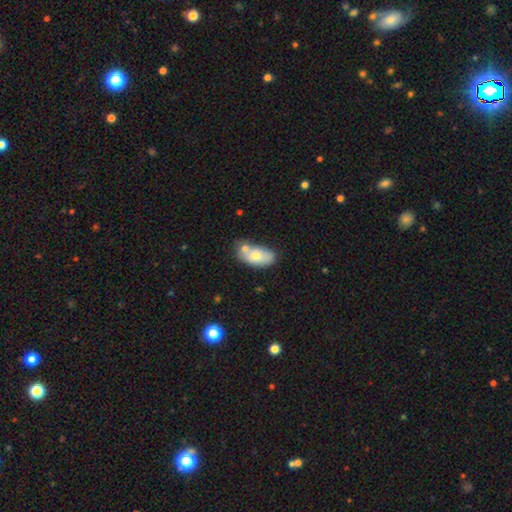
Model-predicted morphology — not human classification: Smooth or featured? smooth (67%)
How rounded? in between (90%)
Merging? merger (40%)